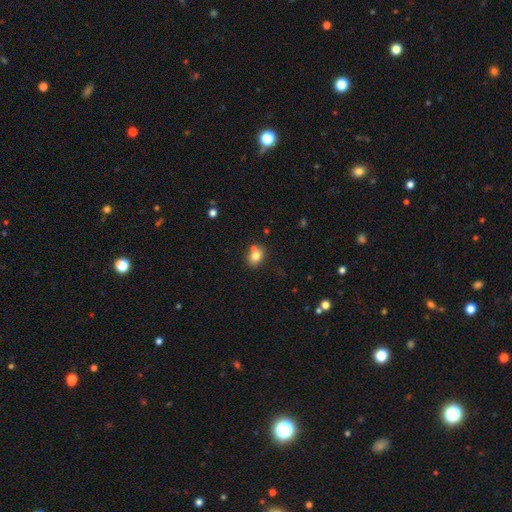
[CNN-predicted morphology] smooth-or-featured: smooth: 78% | featured or disk: 11% | star or artifact: 11%
  how-rounded: round: 52% | in between: 47% | cigar-shaped: 1%
  merging: none: 60% | merger: 24% | minor disturbance: 13% | major disturbance: 3%